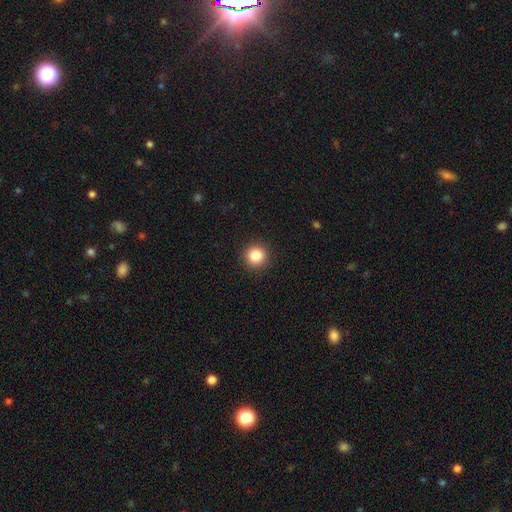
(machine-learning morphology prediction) Overall: smooth (84%). How rounded: round (95%). Merging: none (93%).